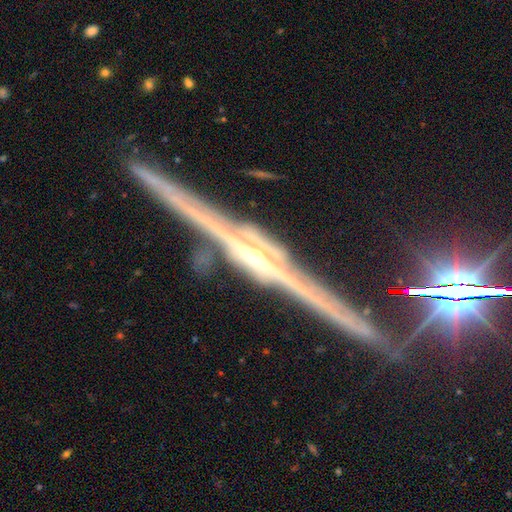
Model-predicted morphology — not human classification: Q: Smooth or featured?
A: featured or disk (88%); runner-up: star or artifact (8%)
Q: Edge-on disk?
A: yes (98%); runner-up: no (2%)
Q: Edge-on bulge?
A: rounded (78%); runner-up: none (11%)
Q: Merging?
A: none (89%); runner-up: minor disturbance (7%)